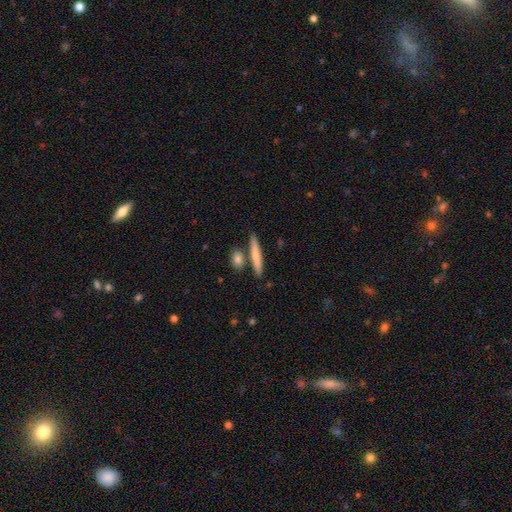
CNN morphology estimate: Q: Smooth or featured?
A: smooth (72%); runner-up: featured or disk (22%)
Q: How rounded?
A: cigar-shaped (89%); runner-up: in between (9%)
Q: Merging?
A: none (78%); runner-up: merger (10%)